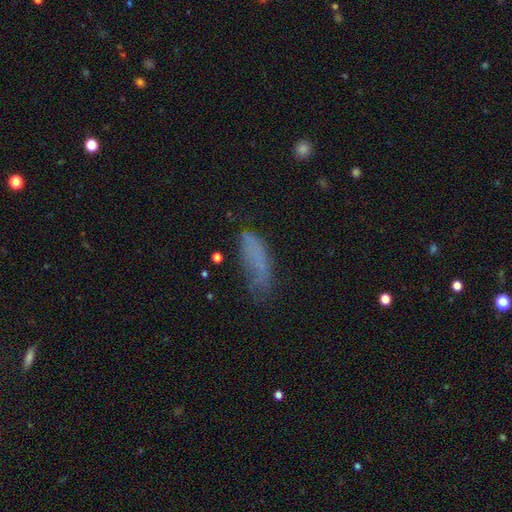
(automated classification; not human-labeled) This appears to be a smooth galaxy with no disk features (67%) that is in between round and cigar-shaped (59%). Merging: none (46%).